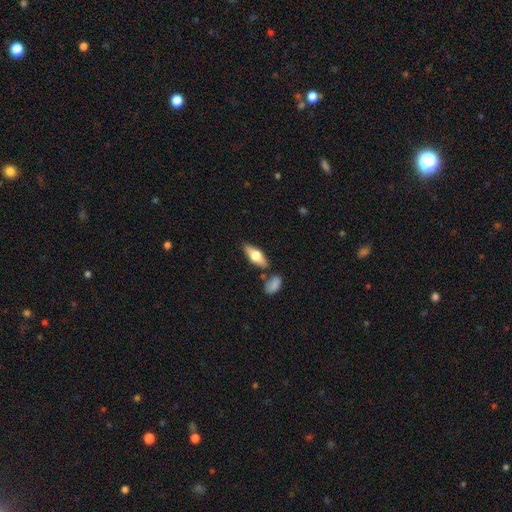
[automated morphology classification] This is possibly a smooth galaxy (54%). How rounded: likely in between (67%). Merging: likely none (77%).